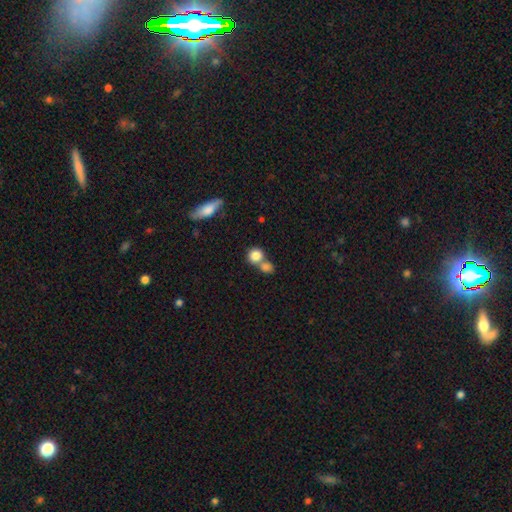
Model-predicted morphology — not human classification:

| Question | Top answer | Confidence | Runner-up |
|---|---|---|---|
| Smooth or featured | smooth | 83% | star or artifact (9%) |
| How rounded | round | 81% | in between (17%) |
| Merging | merger | 46% | none (44%) |